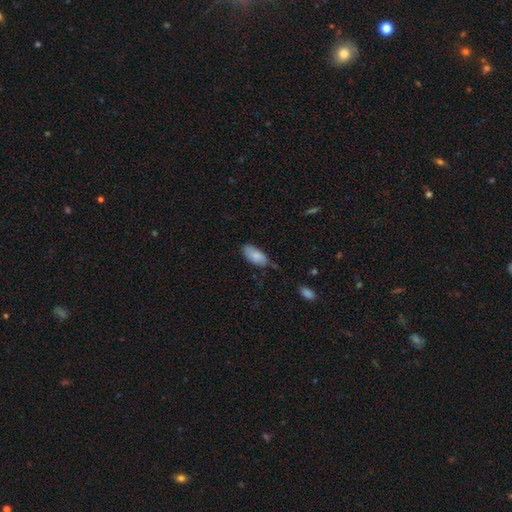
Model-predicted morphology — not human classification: type=smooth (84%); roundness=in between (92%); merging=none (64%).